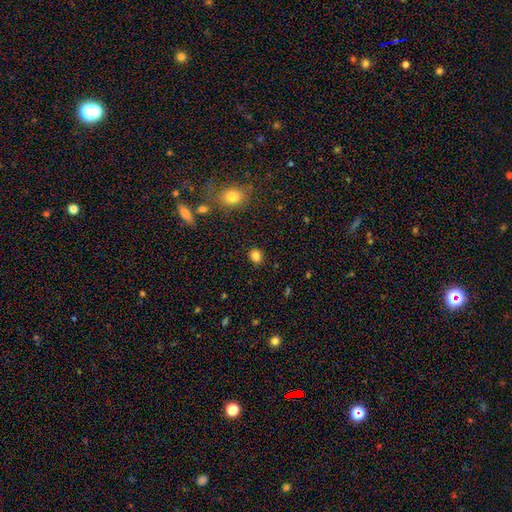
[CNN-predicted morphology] smooth-or-featured: smooth: 83% | star or artifact: 12% | featured or disk: 5%
  how-rounded: round: 68% | in between: 31% | cigar-shaped: 1%
  merging: none: 88% | minor disturbance: 8% | major disturbance: 2% | merger: 2%